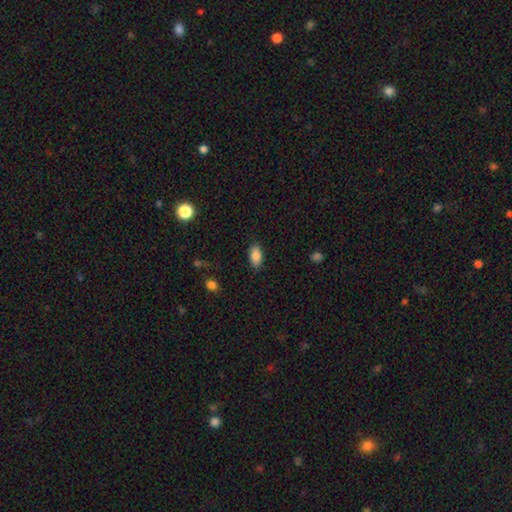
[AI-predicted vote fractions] Smooth or featured? smooth (86%)
How rounded? in between (92%)
Merging? none (84%)